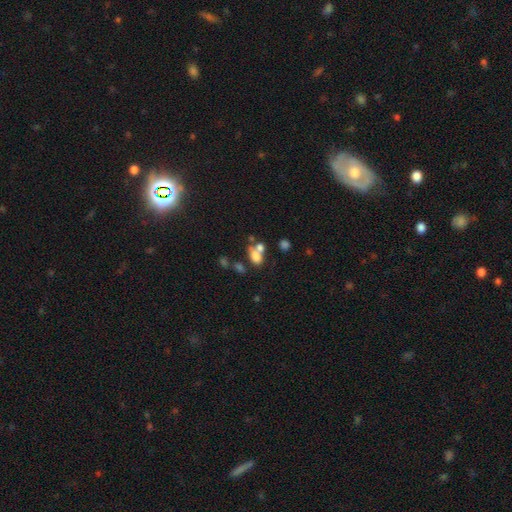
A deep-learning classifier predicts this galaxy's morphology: type=smooth (71%); roundness=in between (79%); merging=merger (48%).